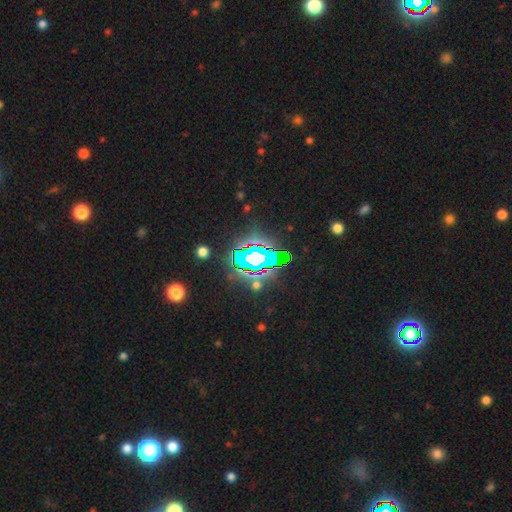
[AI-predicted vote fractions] The model was most divided on "smooth or featured": star or artifact: 73%, featured or disk: 14%, smooth: 13%.